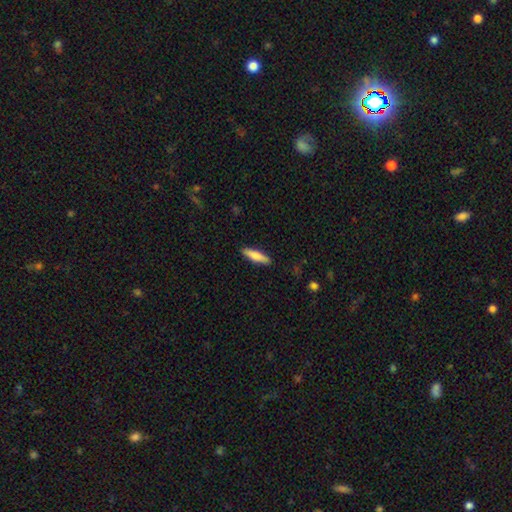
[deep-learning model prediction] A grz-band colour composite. It shows a smooth galaxy with no disk features (78%) that is cigar-shaped (73%). Merging: none (90%).